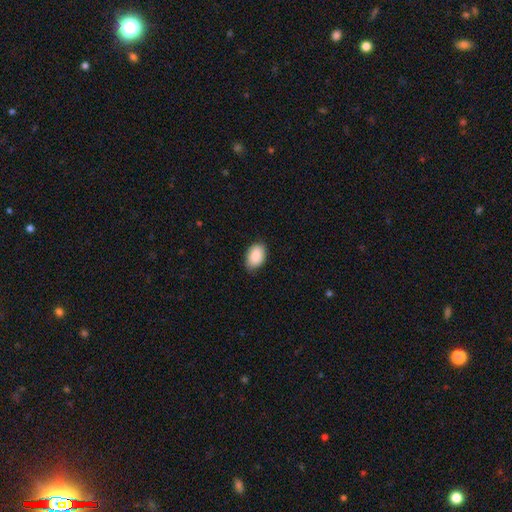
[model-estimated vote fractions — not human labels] A smooth galaxy with no disk features (90%) that is in between round and cigar-shaped (89%).

Vote fractions:
- Smooth or featured? smooth: 90% / star or artifact: 6% / featured or disk: 4%
- How rounded? in between: 89% / round: 10% / cigar-shaped: 1%
- Merging? none: 81% / minor disturbance: 16% / major disturbance: 2% / merger: 1%